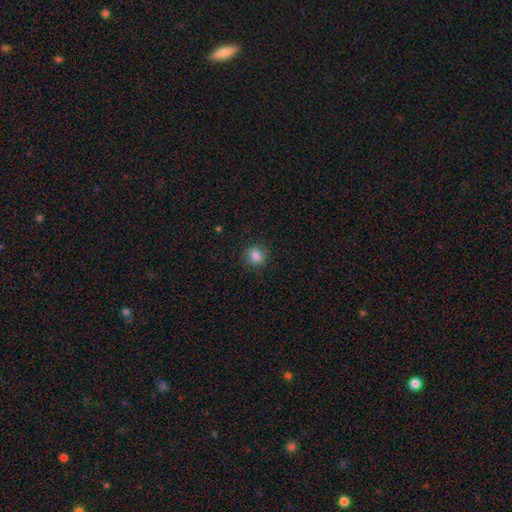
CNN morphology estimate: Smooth or featured? Predicted: smooth (p=0.82). How rounded? Predicted: round (p=0.78). Merging? Predicted: none (p=0.84).